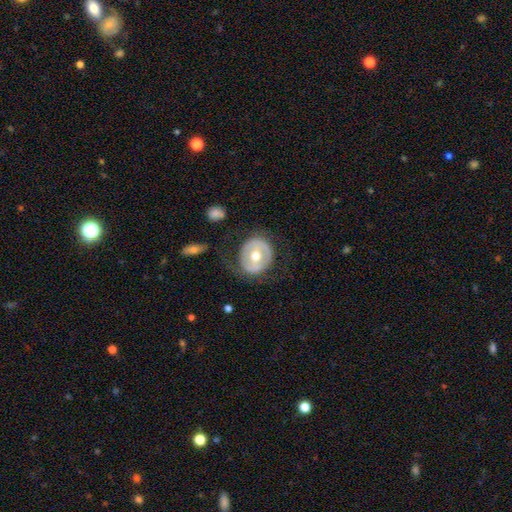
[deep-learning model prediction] Smooth or featured: featured or disk — 56% (smooth — 39%)
Edge-on disk: no — 95% (yes — 5%)
Bar: no — 47% (weak — 31%)
Spiral arms: no — 74% (yes — 26%)
Bulge size: moderate — 78% (small — 14%)
Merging: none — 69% (minor disturbance — 18%)